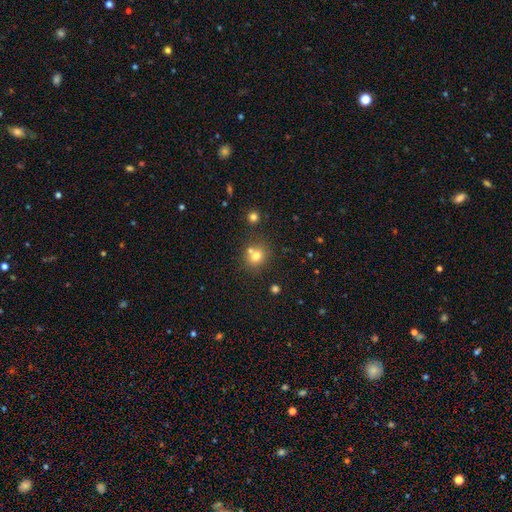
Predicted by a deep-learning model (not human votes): Smooth or featured: smooth — 73% (star or artifact — 15%)
How rounded: round — 78% (in between — 21%)
Merging: none — 59% (merger — 28%)